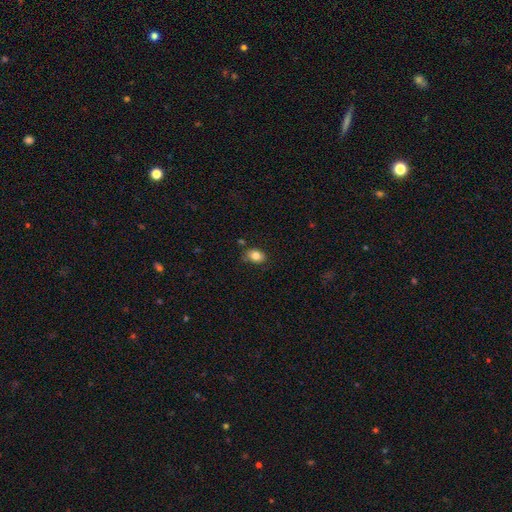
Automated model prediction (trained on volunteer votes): Morphology: type=smooth (82%); roundness=in between (72%); merging=none (78%).